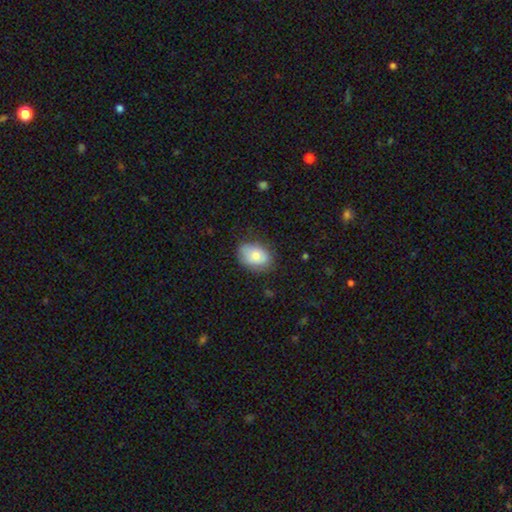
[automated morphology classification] Overall: smooth (77%). How rounded: in between (81%). Merging: none (71%).